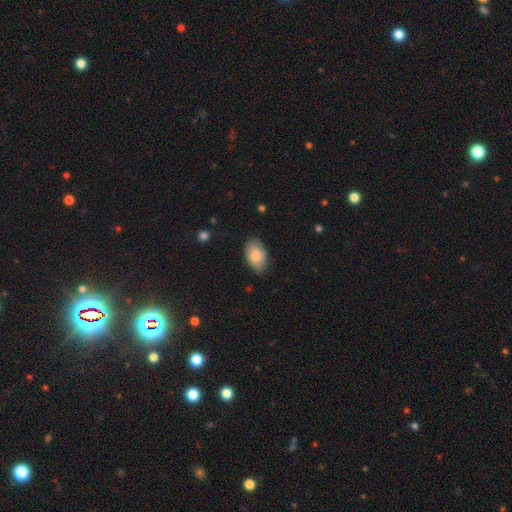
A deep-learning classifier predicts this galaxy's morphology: A smooth galaxy with no disk features (79%) that is in between round and cigar-shaped (92%).

Vote fractions:
- Smooth or featured? smooth: 79% / featured or disk: 14% / star or artifact: 6%
- How rounded? in between: 92% / round: 7% / cigar-shaped: 1%
- Merging? none: 71% / minor disturbance: 24% / major disturbance: 4% / merger: 1%